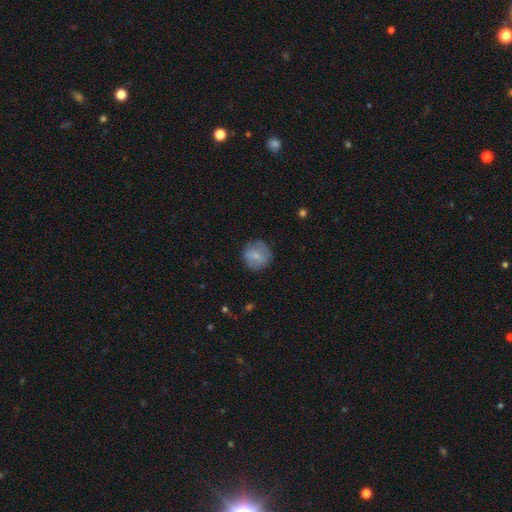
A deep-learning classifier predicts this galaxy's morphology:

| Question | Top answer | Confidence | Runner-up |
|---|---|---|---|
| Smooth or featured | smooth | 70% | featured or disk (23%) |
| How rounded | round | 91% | in between (8%) |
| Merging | none | 80% | minor disturbance (15%) |